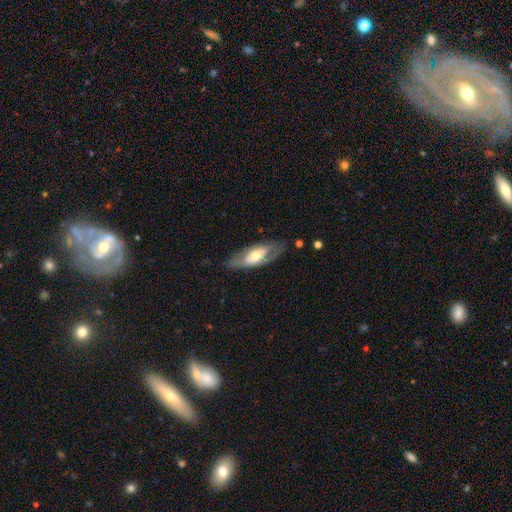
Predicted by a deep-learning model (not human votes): Smooth or featured?
  - featured or disk: 60% *
  - smooth: 35%
  - star or artifact: 5%
Edge-on disk?
  - no: 76% *
  - yes: 24%
Merging?
  - none: 73% *
  - minor disturbance: 18%
  - major disturbance: 8%
  - merger: 2%